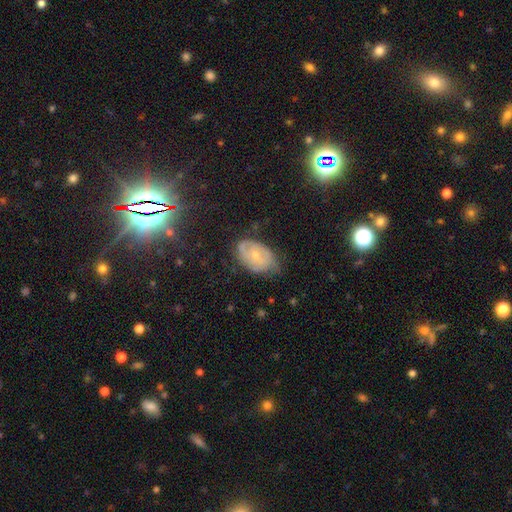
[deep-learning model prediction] smooth_or_featured: featured or disk (p=0.60) [alt: smooth p=0.30]
disk_edge_on: no (p=0.95) [alt: yes p=0.05]
bar: no (p=0.68) [alt: weak p=0.27]
has_spiral_arms: yes (p=0.74) [alt: no p=0.26]
bulge_size: small (p=0.61) [alt: moderate p=0.34]
merging: none (p=0.59) [alt: minor disturbance p=0.30]